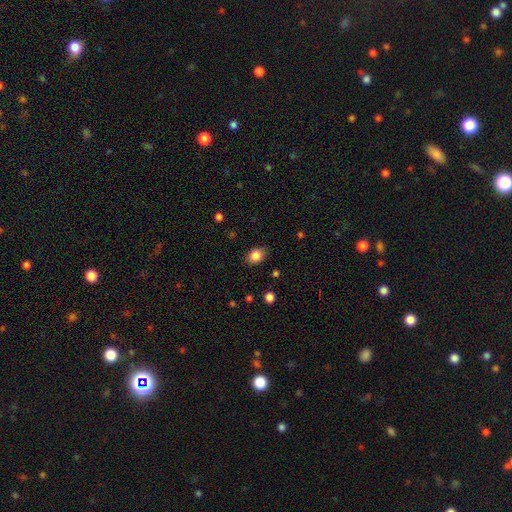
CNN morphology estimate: Smooth or featured: smooth — 85% (star or artifact — 9%)
How rounded: in between — 63% (round — 36%)
Merging: none — 84% (minor disturbance — 12%)